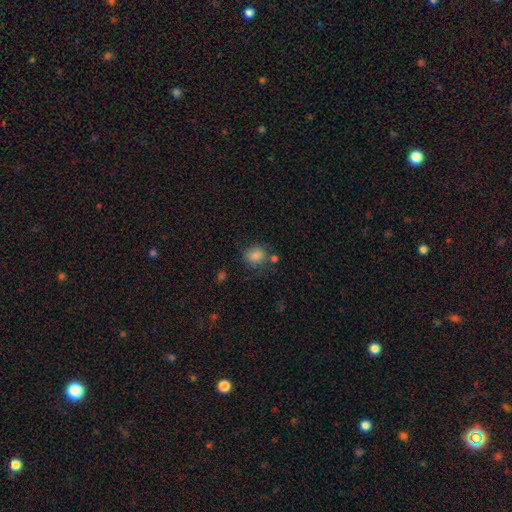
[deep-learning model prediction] smooth-or-featured: smooth: 83% | star or artifact: 10% | featured or disk: 7%
  how-rounded: round: 55% | in between: 44% | cigar-shaped: 1%
  merging: none: 69% | minor disturbance: 17% | merger: 8% | major disturbance: 6%